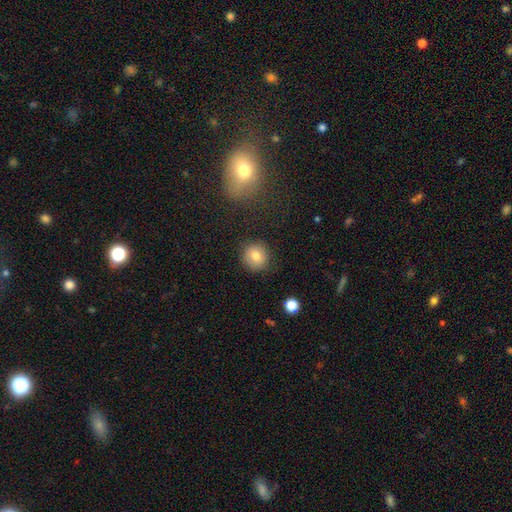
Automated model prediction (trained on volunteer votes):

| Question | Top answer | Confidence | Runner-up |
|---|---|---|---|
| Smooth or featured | smooth | 79% | featured or disk (11%) |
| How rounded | round | 92% | in between (7%) |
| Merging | none | 88% | minor disturbance (8%) |